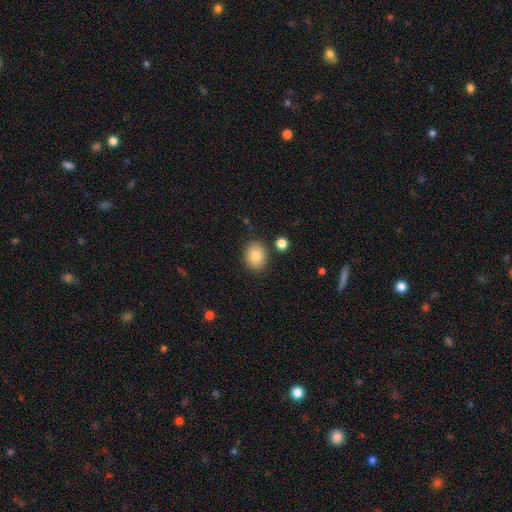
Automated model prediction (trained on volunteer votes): This is clearly a smooth galaxy (83%). How rounded: likely round (61%). Merging: clearly none (84%).